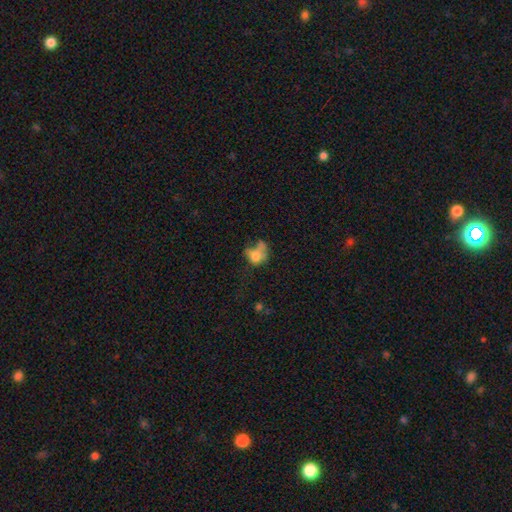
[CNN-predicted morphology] Smooth or featured? Predicted: smooth (p=0.63). How rounded? Predicted: in between (p=0.59). Merging? Predicted: major disturbance (p=0.36).